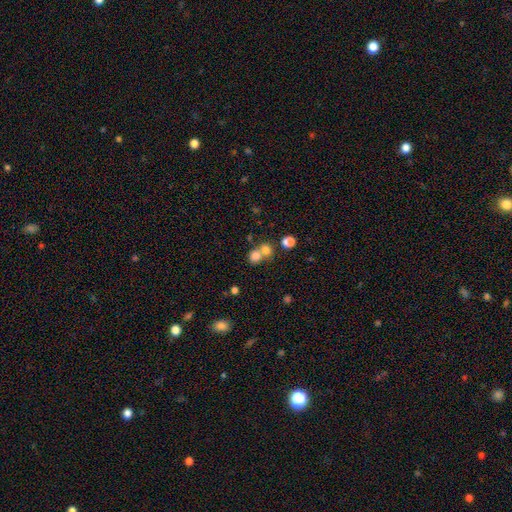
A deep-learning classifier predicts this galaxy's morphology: A smooth galaxy with no disk features (77%) that is round (79%).

Vote fractions:
- Smooth or featured? smooth: 77% / star or artifact: 13% / featured or disk: 10%
- How rounded? round: 79% / in between: 20% / cigar-shaped: 1%
- Merging? merger: 50% / none: 41% / minor disturbance: 6% / major disturbance: 3%